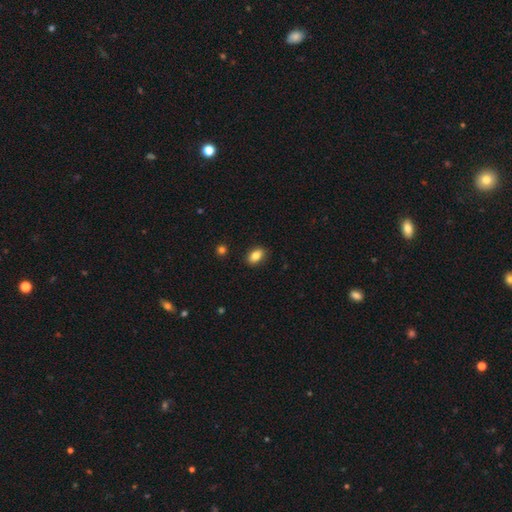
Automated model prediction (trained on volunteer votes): smooth 83%, featured or disk 8%, star or artifact 8%. Down the decision tree: how rounded — in between (85%); merging — none (88%).